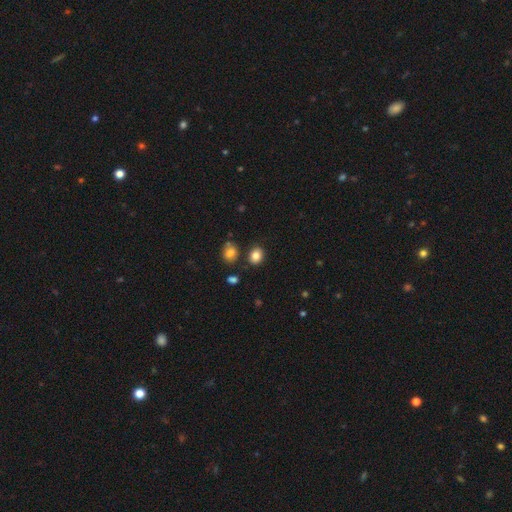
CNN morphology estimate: smooth-or-featured: smooth: 83% | star or artifact: 11% | featured or disk: 6%
  how-rounded: round: 51% | in between: 48% | cigar-shaped: 1%
  merging: none: 81% | minor disturbance: 11% | merger: 6% | major disturbance: 3%